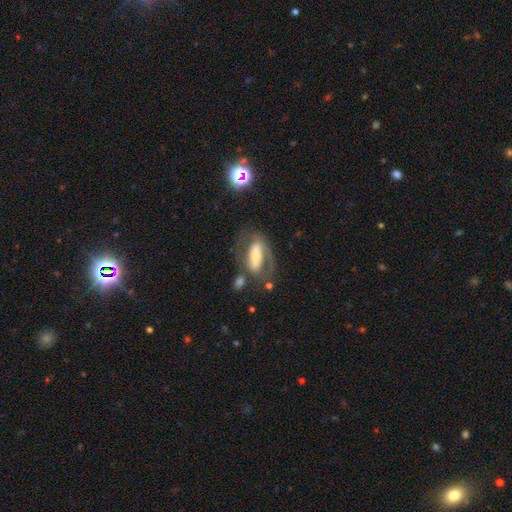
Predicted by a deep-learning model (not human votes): Overall: featured or disk (63%; smooth 30%). Edge-on disk: no (84%). Bar: strong (56%; no 23%). Spiral arms: yes (59%; no 41%). Bulge size: moderate (47%; small 32%). Merging: none (53%; major disturbance 19%).